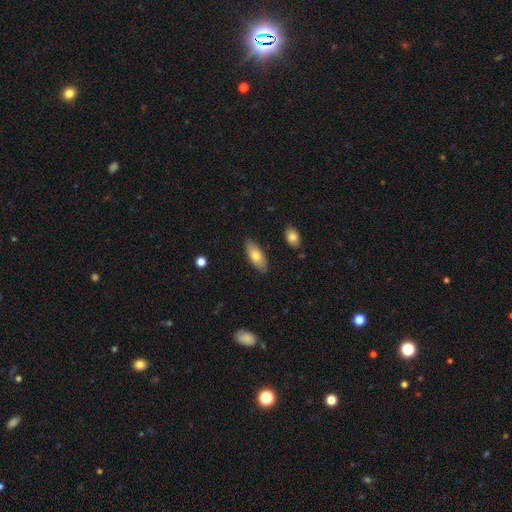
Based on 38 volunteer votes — smooth_or_featured: smooth (p=0.76) [alt: featured or disk p=0.24]
how_rounded: in between (p=0.93) [alt: cigar-shaped p=0.07]
merging: none (p=0.87) [alt: minor disturbance p=0.08]